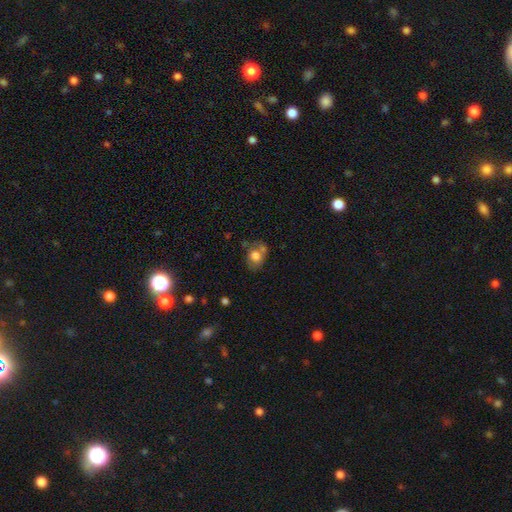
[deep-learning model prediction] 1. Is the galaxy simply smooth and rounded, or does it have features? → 68% smooth, 22% featured or disk, 10% star or artifact.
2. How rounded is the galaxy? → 53% in between, 46% round, 1% cigar-shaped.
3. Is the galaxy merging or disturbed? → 42% none, 24% minor disturbance, 20% merger, 14% major disturbance.